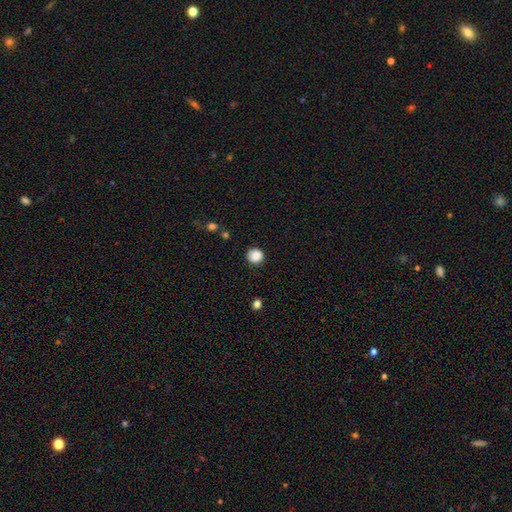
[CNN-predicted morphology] Smooth or featured: smooth — 87% (star or artifact — 10%)
How rounded: round — 92% (in between — 7%)
Merging: none — 88% (minor disturbance — 8%)